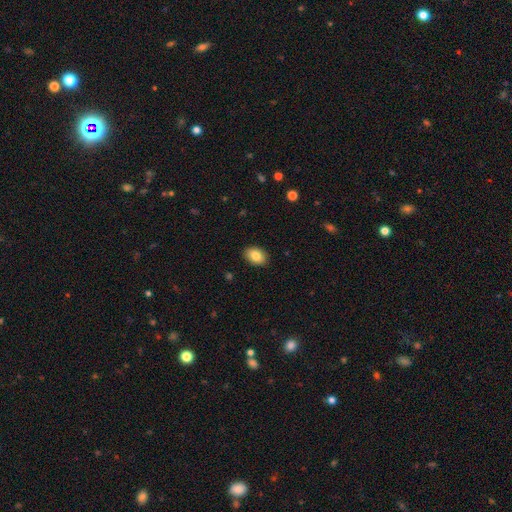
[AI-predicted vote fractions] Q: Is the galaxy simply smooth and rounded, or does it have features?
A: smooth — 85%.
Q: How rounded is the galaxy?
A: in between — 81%.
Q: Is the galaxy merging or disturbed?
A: none — 89%.